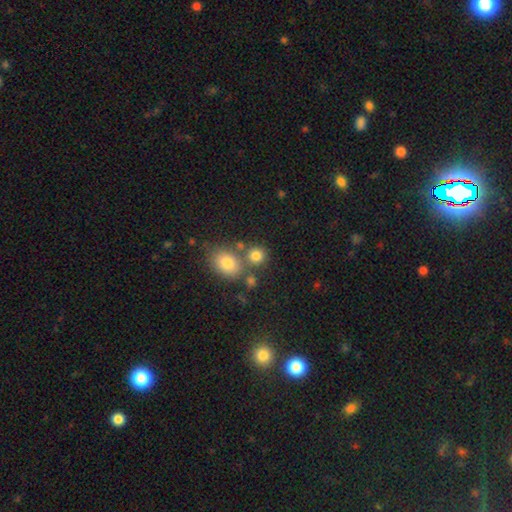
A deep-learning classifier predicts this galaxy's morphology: This appears to be a smooth galaxy with no disk features (79%) that is round (78%). Merging: none (62%).